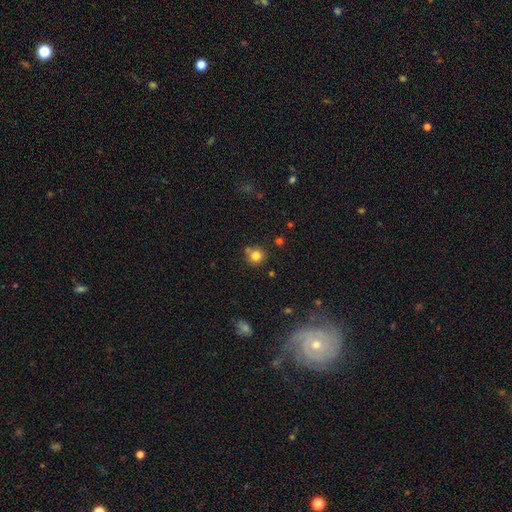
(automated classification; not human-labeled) A smooth galaxy with no disk features (81%) that is round (91%). Merging: none (75%).